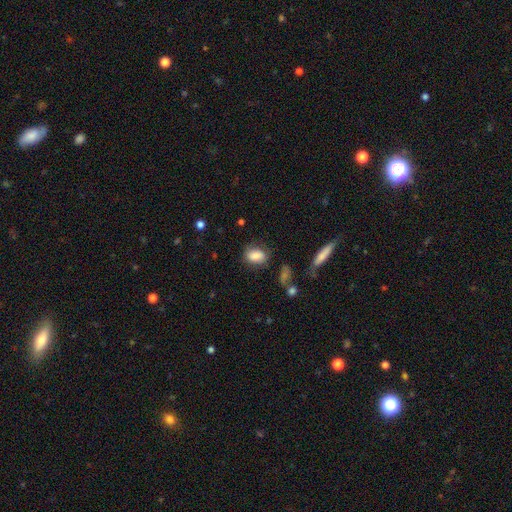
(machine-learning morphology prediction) smooth_or_featured: smooth (p=0.84) [alt: featured or disk p=0.08]
how_rounded: in between (p=0.80) [alt: round p=0.17]
merging: none (p=0.71) [alt: minor disturbance p=0.20]